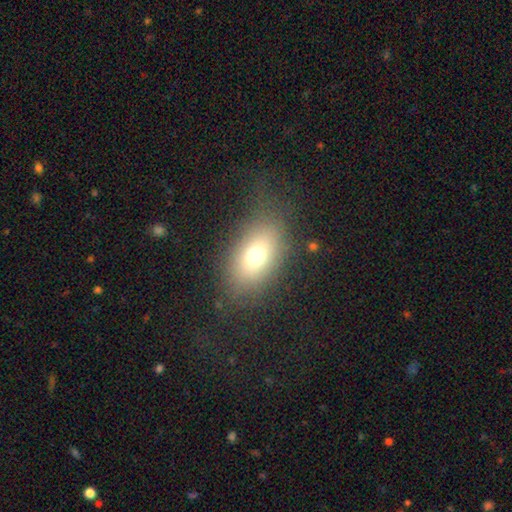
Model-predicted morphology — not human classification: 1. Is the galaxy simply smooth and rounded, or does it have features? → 68% smooth, 16% featured or disk, 16% star or artifact.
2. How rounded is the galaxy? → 76% in between, 22% round, 2% cigar-shaped.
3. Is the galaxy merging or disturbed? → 77% none, 12% minor disturbance, 9% major disturbance, 1% merger.